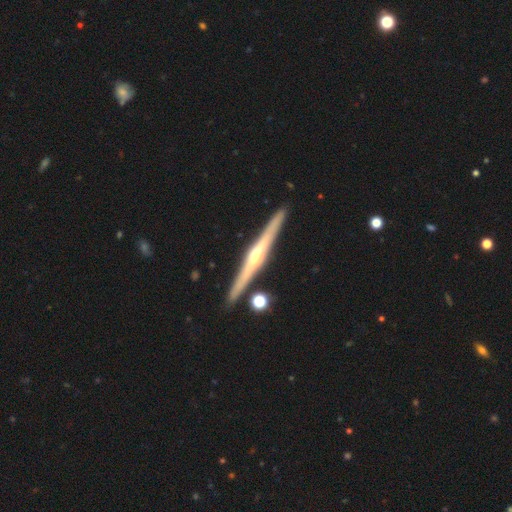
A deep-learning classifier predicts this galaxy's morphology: A featured or disk galaxy (81%) viewed edge-on (98%) with a rounded central bulge (83%). Merging: none (90%).